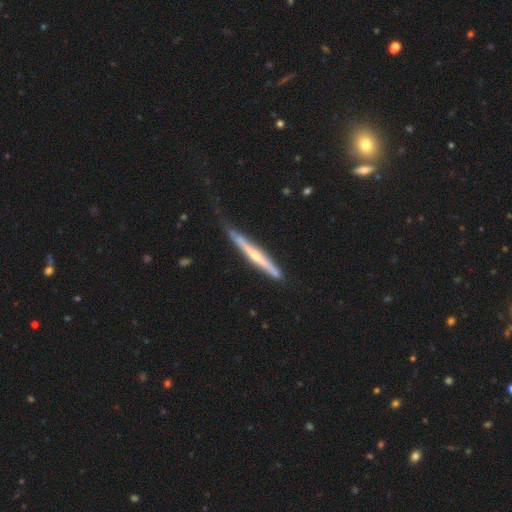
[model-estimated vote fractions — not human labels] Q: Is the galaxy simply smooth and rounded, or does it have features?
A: featured or disk — 70%.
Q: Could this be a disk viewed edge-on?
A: yes — 95%.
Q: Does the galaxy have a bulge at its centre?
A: rounded — 67%.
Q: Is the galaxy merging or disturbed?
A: none — 64%.